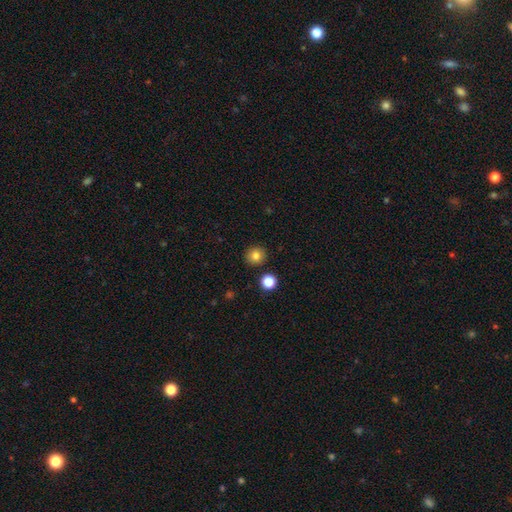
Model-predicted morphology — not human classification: Smooth or featured?
  - smooth: 82% *
  - star or artifact: 12%
  - featured or disk: 6%
How rounded?
  - round: 91% *
  - in between: 8%
  - cigar-shaped: 1%
Merging?
  - none: 90% *
  - minor disturbance: 6%
  - merger: 3%
  - major disturbance: 2%